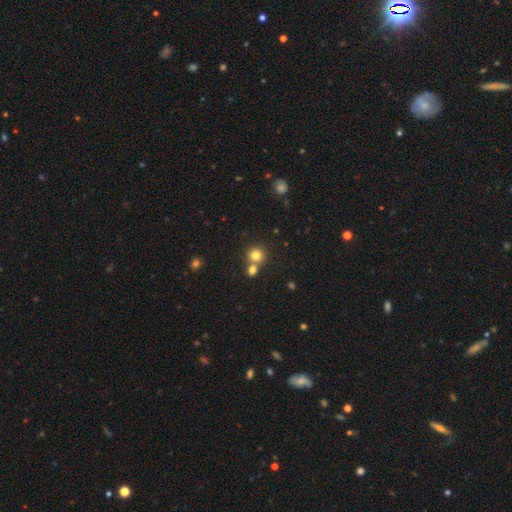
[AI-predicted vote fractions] A smooth galaxy with no disk features (78%) that is round (89%).

Vote fractions:
- Smooth or featured? smooth: 78% / star or artifact: 14% / featured or disk: 8%
- How rounded? round: 89% / in between: 10% / cigar-shaped: 1%
- Merging? none: 60% / merger: 30% / minor disturbance: 7% / major disturbance: 2%